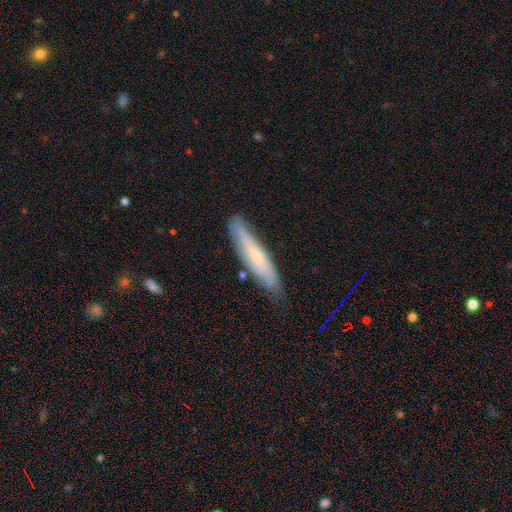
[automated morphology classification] Smooth or featured? Predicted: smooth (p=0.52). How rounded? Predicted: cigar-shaped (p=0.86). Merging? Predicted: none (p=0.75).